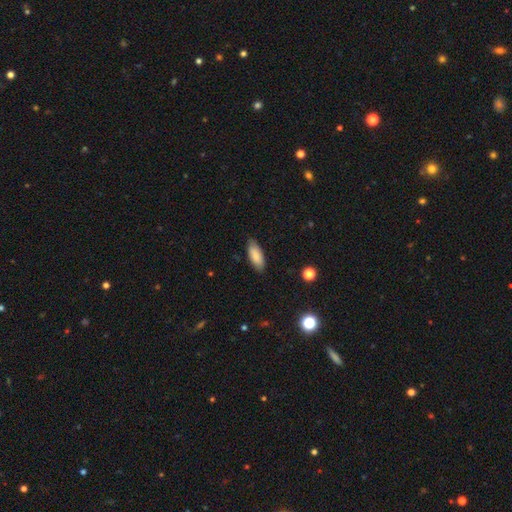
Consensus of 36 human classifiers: smooth_or_featured: smooth (p=0.89) [alt: featured or disk p=0.11]
how_rounded: in between (p=0.81) [alt: cigar-shaped p=0.19]
merging: none (p=0.86) [alt: minor disturbance p=0.08]